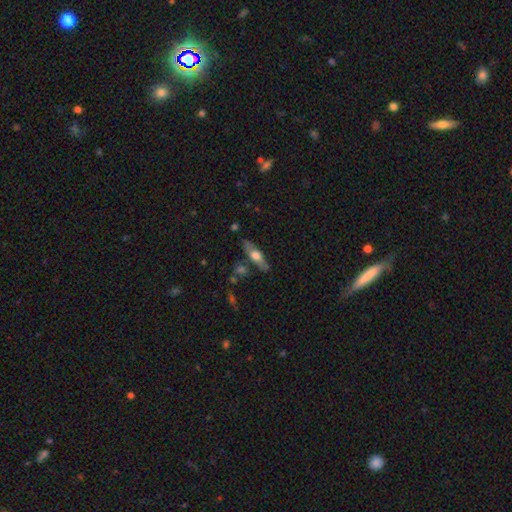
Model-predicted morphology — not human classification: Smooth or featured? Predicted: featured or disk (p=0.51). Edge-on disk? Predicted: yes (p=0.78). Merging? Predicted: none (p=0.80).